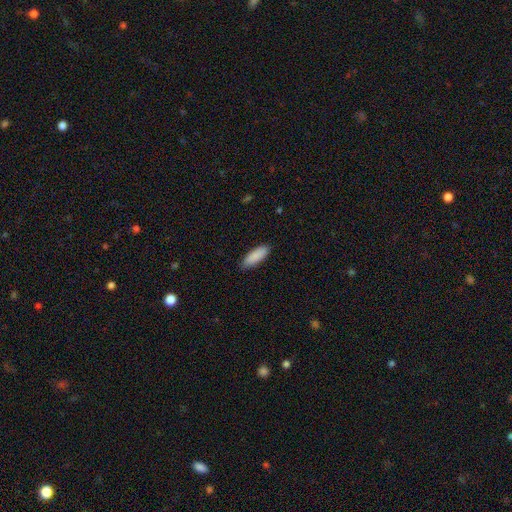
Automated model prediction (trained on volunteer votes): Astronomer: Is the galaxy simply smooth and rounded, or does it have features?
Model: smooth — 89%.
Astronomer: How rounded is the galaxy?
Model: in between — 64%.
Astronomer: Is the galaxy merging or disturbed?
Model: none — 87%.